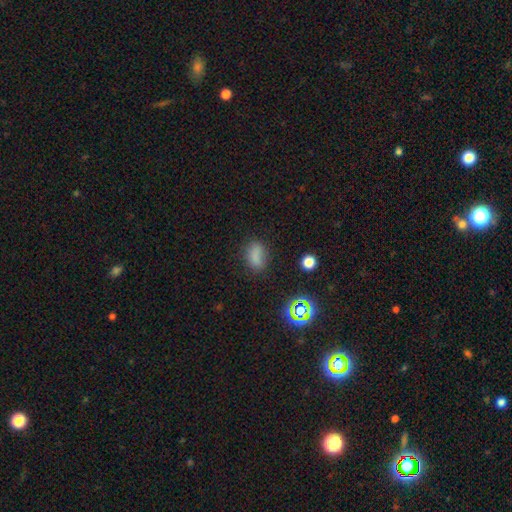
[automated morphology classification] Smooth or featured? Predicted: smooth (p=0.77). How rounded? Predicted: in between (p=0.82). Merging? Predicted: none (p=0.72).